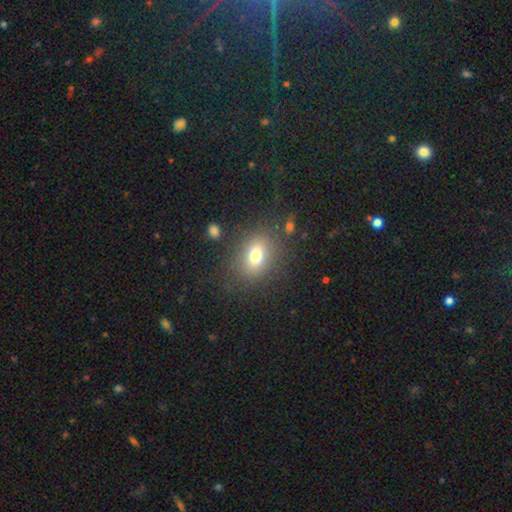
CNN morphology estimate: Overall: smooth (73%). How rounded: in between (57%; round 41%). Merging: none (80%).